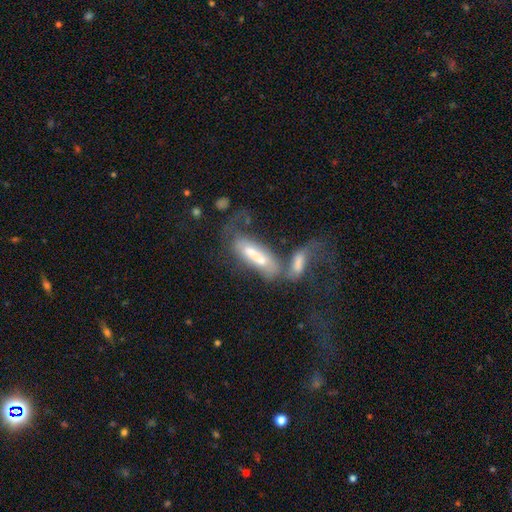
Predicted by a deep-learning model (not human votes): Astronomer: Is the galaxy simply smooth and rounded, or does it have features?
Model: smooth — 47% (runner-up: featured or disk, 44%).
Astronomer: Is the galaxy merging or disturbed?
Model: merger — 58%.